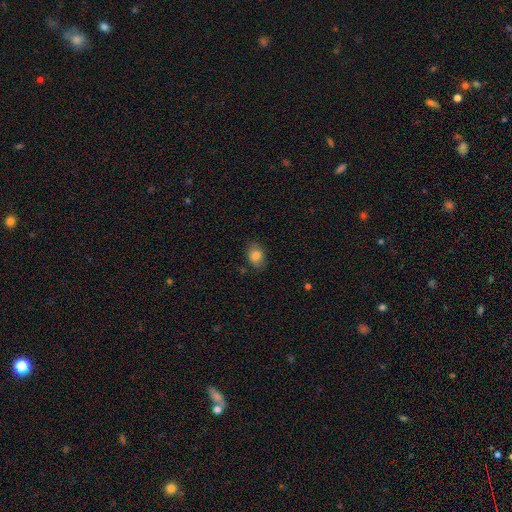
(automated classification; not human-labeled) smooth_or_featured: smooth (p=0.82) [alt: featured or disk p=0.09]
how_rounded: in between (p=0.74) [alt: round p=0.25]
merging: none (p=0.83) [alt: minor disturbance p=0.13]